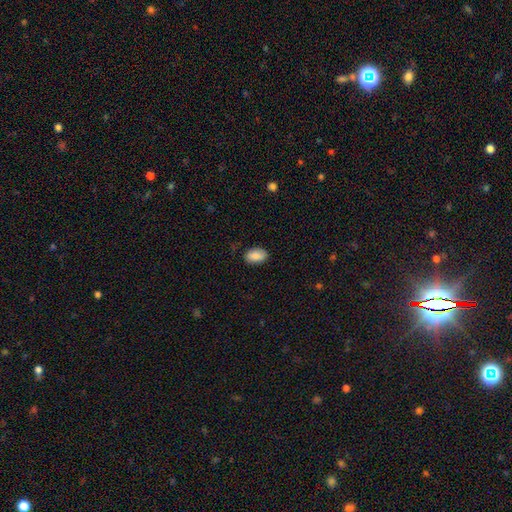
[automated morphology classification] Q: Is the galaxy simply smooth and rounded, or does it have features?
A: smooth — 87%.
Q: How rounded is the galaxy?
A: in between — 91%.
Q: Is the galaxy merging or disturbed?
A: none — 84%.